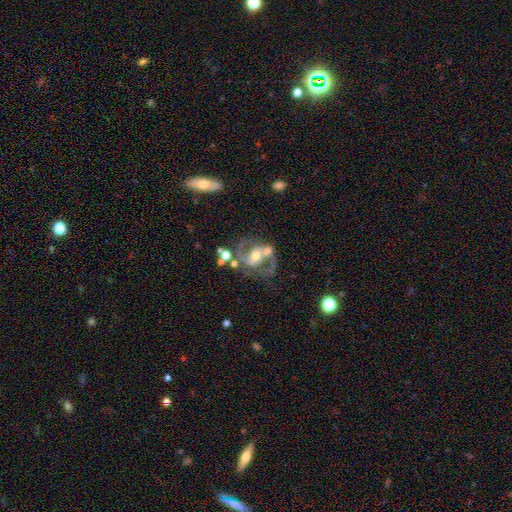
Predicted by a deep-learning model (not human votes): Morphology: type=featured or disk (84%); edge-on=no (97%); bar=no (37%); spiral arms=yes (87%); winding=medium (56%); arm count=2 (88%); bulge=moderate (62%); merging=none (51%).